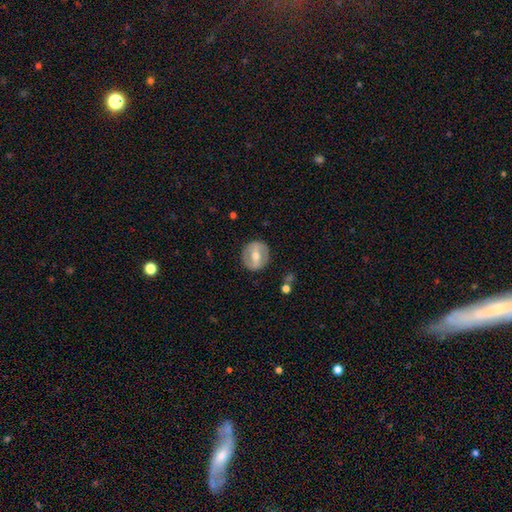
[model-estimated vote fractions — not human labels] Q: Smooth or featured?
A: featured or disk (61%); runner-up: smooth (32%)
Q: Edge-on disk?
A: no (92%); runner-up: yes (8%)
Q: Bar?
A: strong (54%); runner-up: weak (31%)
Q: Spiral arms?
A: no (61%); runner-up: yes (39%)
Q: Bulge size?
A: moderate (70%); runner-up: small (20%)
Q: Merging?
A: none (85%); runner-up: minor disturbance (10%)